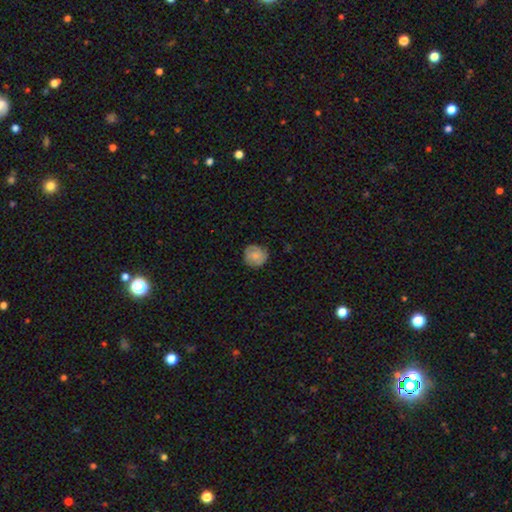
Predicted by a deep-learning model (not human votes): Smooth or featured?
  - smooth: 70% *
  - featured or disk: 23%
  - star or artifact: 7%
How rounded?
  - round: 89% *
  - in between: 10%
  - cigar-shaped: 1%
Merging?
  - none: 76% *
  - minor disturbance: 19%
  - major disturbance: 4%
  - merger: 1%